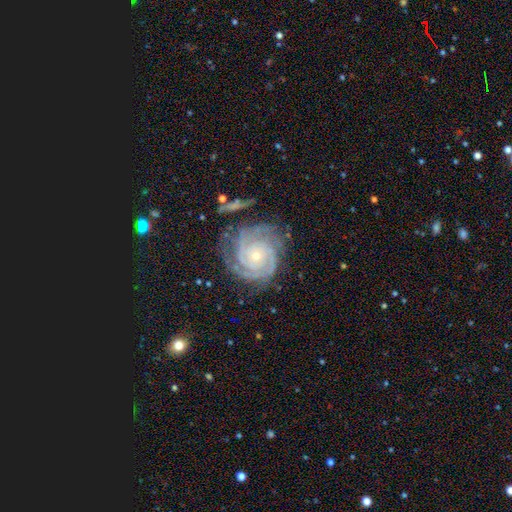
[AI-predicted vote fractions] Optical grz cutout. It shows a featured or disk galaxy (89%) with no bar (80%), 3 (30%) tight (80%) spiral arms (98%) and a small central bulge (78%). Merging: none (70%).